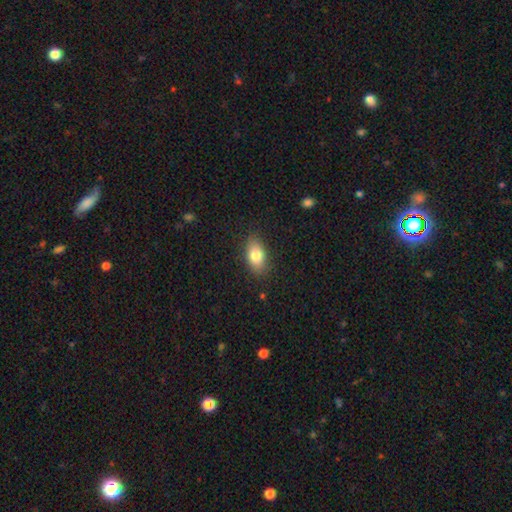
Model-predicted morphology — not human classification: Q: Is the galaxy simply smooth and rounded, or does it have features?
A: smooth — 80%.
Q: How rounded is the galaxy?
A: in between — 88%.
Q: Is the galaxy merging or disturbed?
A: none — 85%.